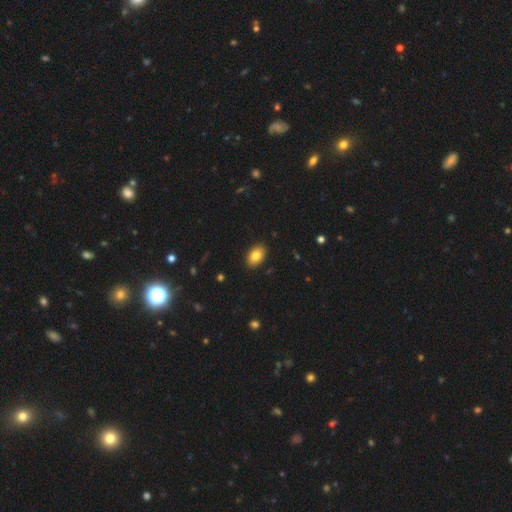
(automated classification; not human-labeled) smooth 83%, featured or disk 9%, star or artifact 8%. Down the decision tree: how rounded — in between (87%); merging — none (90%).